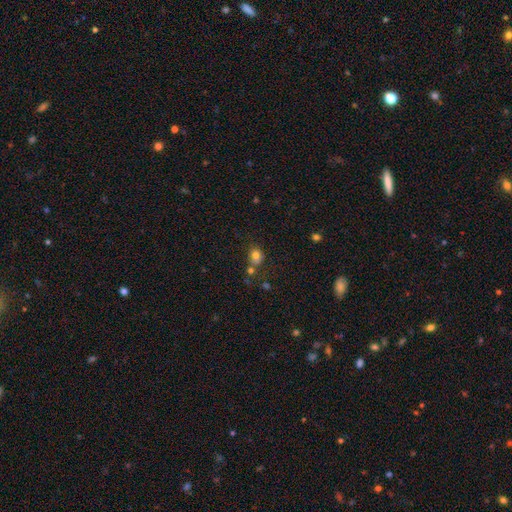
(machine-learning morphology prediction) smooth-or-featured: smooth: 77% | star or artifact: 14% | featured or disk: 10%
  how-rounded: round: 74% | in between: 25% | cigar-shaped: 1%
  merging: none: 56% | merger: 23% | minor disturbance: 15% | major disturbance: 6%